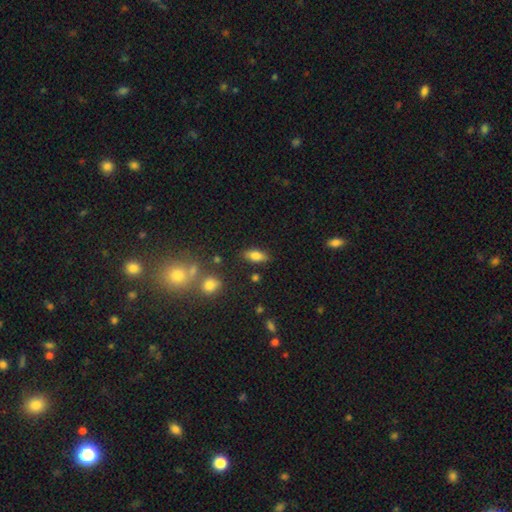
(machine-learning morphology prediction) smooth 76%, featured or disk 14%, star or artifact 9%. Down the decision tree: how rounded — in between (82%); merging — none (83%).